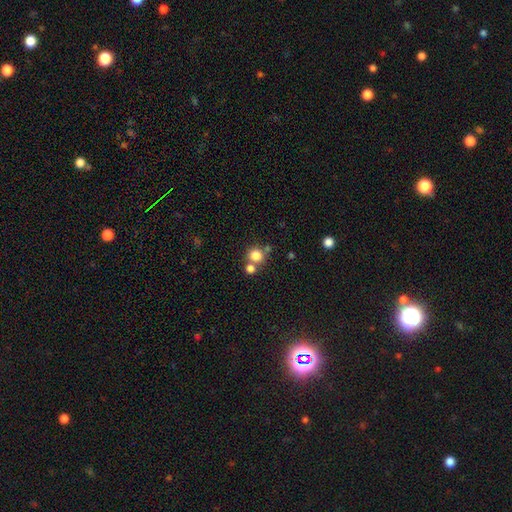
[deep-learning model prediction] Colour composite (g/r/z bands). It shows a smooth galaxy with no disk features (80%) that is round (88%). Merging: none (57%).